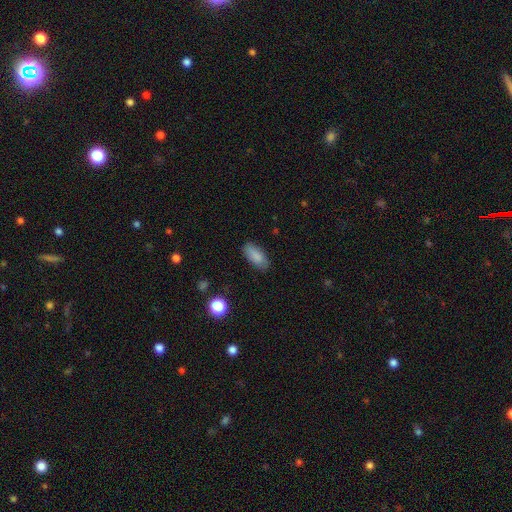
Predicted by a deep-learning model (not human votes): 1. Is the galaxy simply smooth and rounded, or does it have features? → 86% smooth, 7% star or artifact, 7% featured or disk.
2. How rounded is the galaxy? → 86% in between, 12% cigar-shaped, 2% round.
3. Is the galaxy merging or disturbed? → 84% none, 12% minor disturbance, 3% major disturbance, 1% merger.